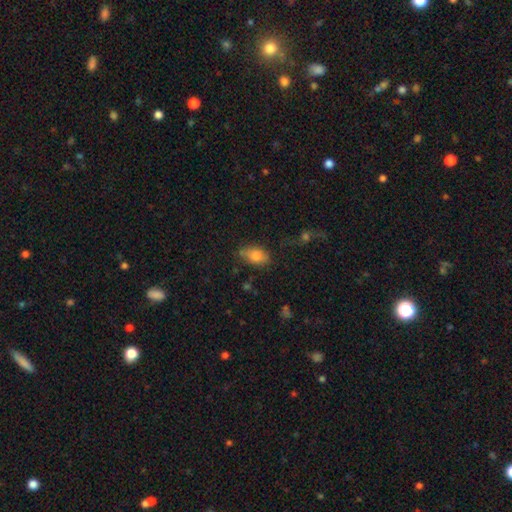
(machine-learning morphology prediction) Smooth or featured: smooth — 79% (featured or disk — 11%)
How rounded: in between — 84% (round — 13%)
Merging: none — 68% (minor disturbance — 21%)